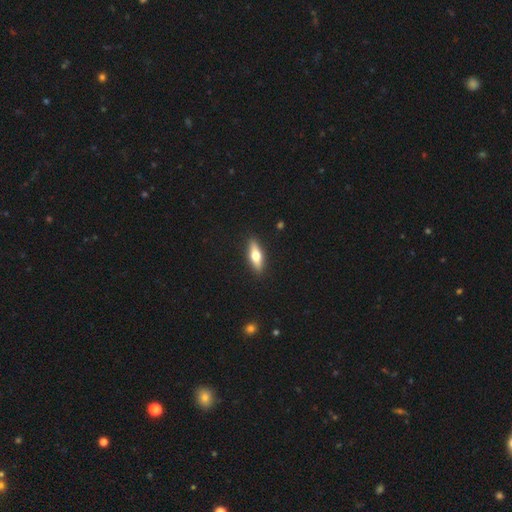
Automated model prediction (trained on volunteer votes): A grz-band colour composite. It shows a smooth galaxy with no disk features (51%) that is cigar-shaped (54%). Merging: none (90%).